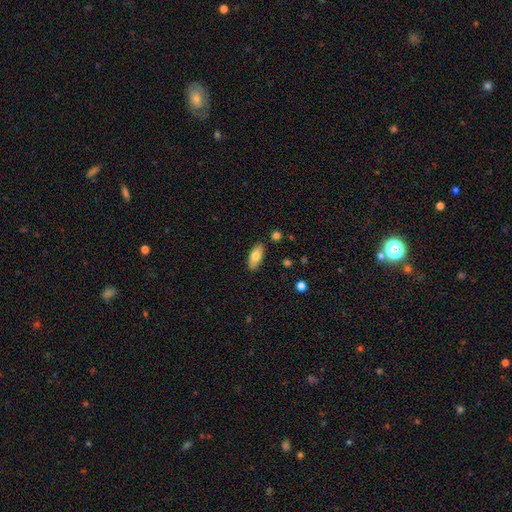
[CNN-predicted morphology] smooth_or_featured: smooth (p=0.76) [alt: featured or disk p=0.17]
how_rounded: in between (p=0.85) [alt: cigar-shaped p=0.12]
merging: none (p=0.85) [alt: minor disturbance p=0.11]